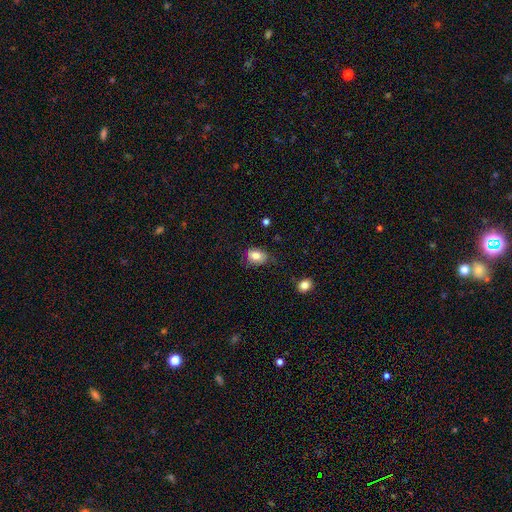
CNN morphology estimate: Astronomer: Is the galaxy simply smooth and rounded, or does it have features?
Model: smooth — 82%.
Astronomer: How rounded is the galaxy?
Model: in between — 67%.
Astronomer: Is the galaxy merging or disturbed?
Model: none — 68%.